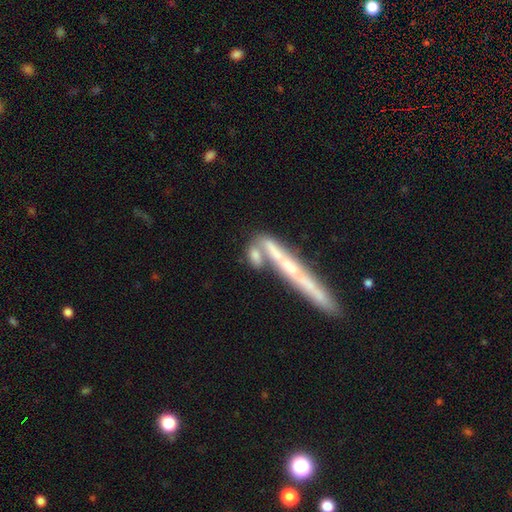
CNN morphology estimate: Smooth or featured? smooth (62%)
How rounded? cigar-shaped (52%)
Merging? merger (43%)